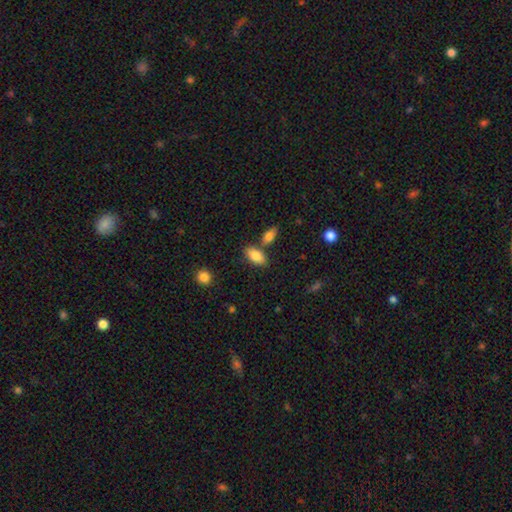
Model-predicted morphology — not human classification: Smooth or featured? smooth (83%)
How rounded? in between (91%)
Merging? none (67%)